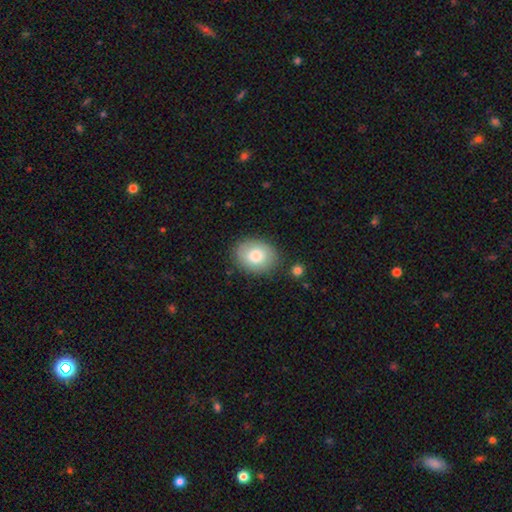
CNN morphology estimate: Smooth or featured: smooth — 78% (featured or disk — 14%)
How rounded: in between — 57% (round — 42%)
Merging: none — 83% (minor disturbance — 11%)